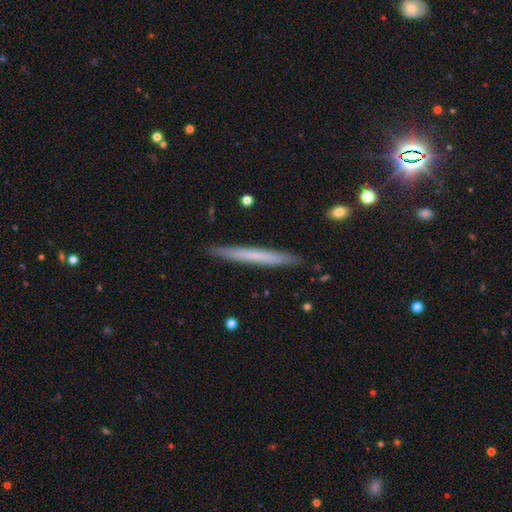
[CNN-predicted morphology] Smooth or featured? Predicted: smooth (p=0.57). How rounded? Predicted: cigar-shaped (p=0.97). Merging? Predicted: none (p=0.90).